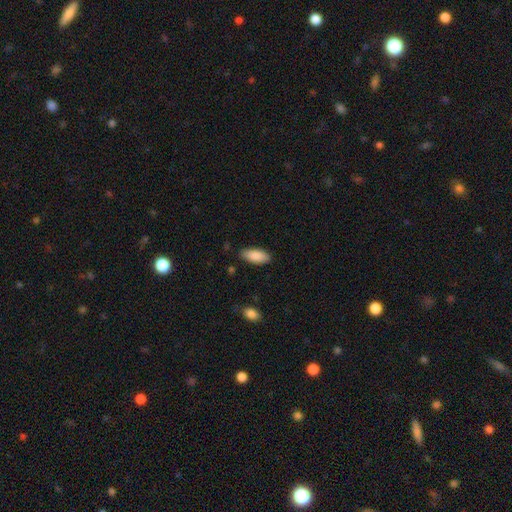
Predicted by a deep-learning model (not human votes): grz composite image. It shows a smooth galaxy with no disk features (88%) that is in between round and cigar-shaped (87%). Merging: none (85%).